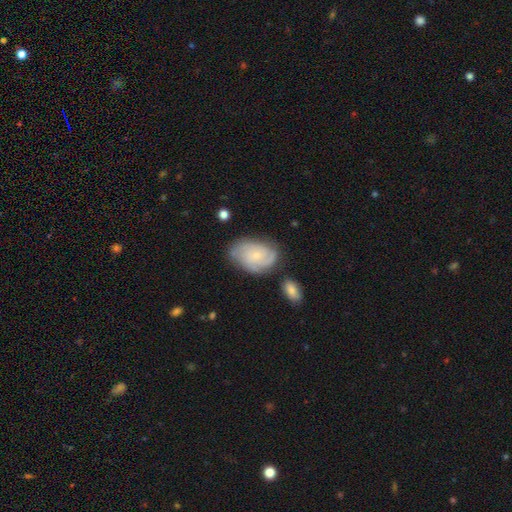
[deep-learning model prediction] smooth-or-featured: featured or disk: 64% | smooth: 30% | star or artifact: 7%
  disk-edge-on: no: 97% | yes: 3%
    bar: no: 78% | weak: 20% | strong: 2%
    has-spiral-arms: yes: 88% | no: 12%
      spiral-winding: tight: 51% | medium: 36% | loose: 13%
      spiral-arm-count: can't tell: 35% | 2: 27% | 3: 22% | 4: 7% | 1: 5% | more than 4: 4%
    bulge-size: small: 77% | moderate: 19% | none: 2% | large: 1% | dominant: 1%
  merging: none: 64% | minor disturbance: 24% | major disturbance: 7% | merger: 5%